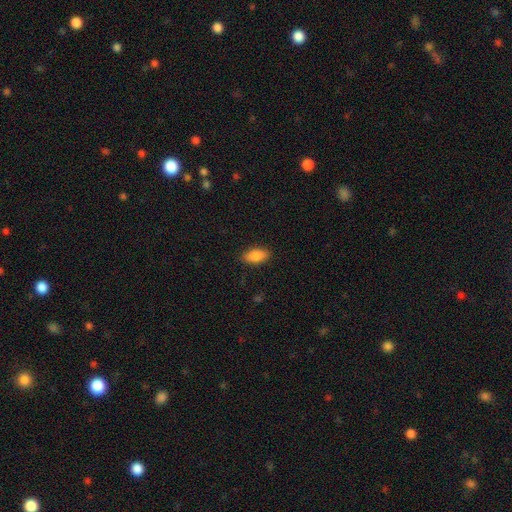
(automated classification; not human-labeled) A smooth galaxy with no disk features (87%) that is in between round and cigar-shaped (89%).

Vote fractions:
- Smooth or featured? smooth: 87% / star or artifact: 7% / featured or disk: 6%
- How rounded? in between: 89% / cigar-shaped: 8% / round: 3%
- Merging? none: 87% / minor disturbance: 10% / major disturbance: 2% / merger: 1%